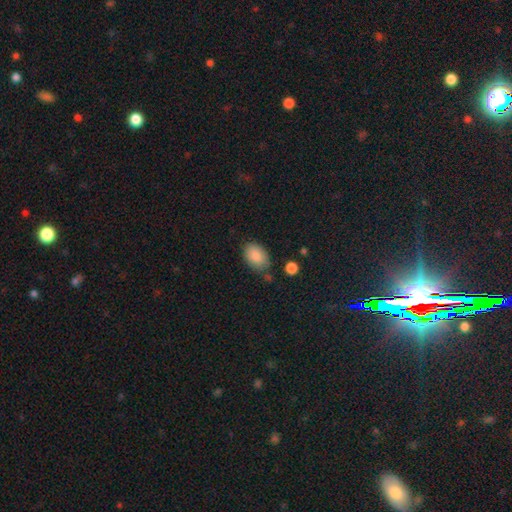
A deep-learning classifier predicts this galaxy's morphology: Smooth or featured? Predicted: smooth (p=0.88). How rounded? Predicted: in between (p=0.87). Merging? Predicted: none (p=0.72).